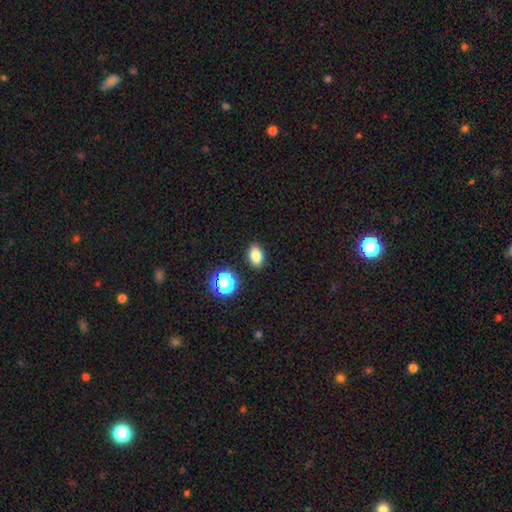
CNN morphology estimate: A smooth galaxy with no disk features (81%) that is in between round and cigar-shaped (79%). Merging: none (88%).